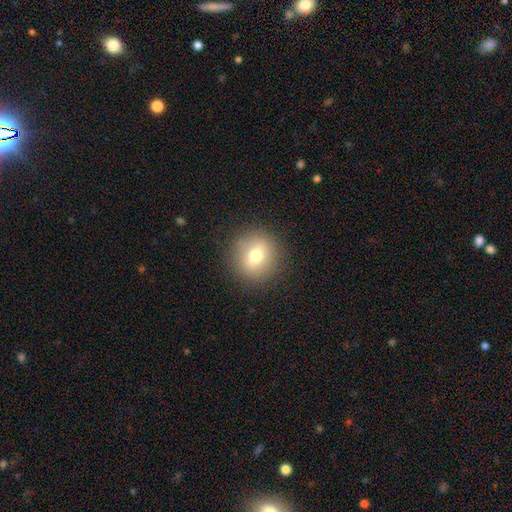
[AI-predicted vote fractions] smooth_or_featured: smooth (p=0.71) [alt: featured or disk p=0.18]
how_rounded: round (p=0.90) [alt: in between p=0.09]
merging: none (p=0.89) [alt: minor disturbance p=0.07]